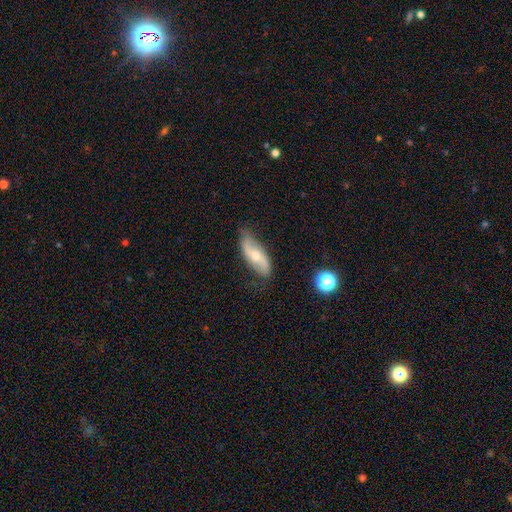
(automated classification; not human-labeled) smooth_or_featured: featured or disk (p=0.59) [alt: smooth p=0.35]
disk_edge_on: no (p=0.85) [alt: yes p=0.15]
merging: none (p=0.72) [alt: minor disturbance p=0.22]